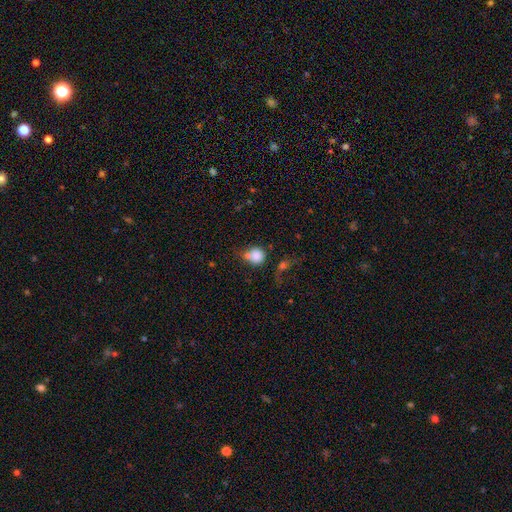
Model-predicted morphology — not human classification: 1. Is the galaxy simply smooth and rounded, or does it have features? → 82% smooth, 10% star or artifact, 9% featured or disk.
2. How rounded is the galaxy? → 80% round, 19% in between, 1% cigar-shaped.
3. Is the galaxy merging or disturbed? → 40% none, 23% merger, 21% minor disturbance, 16% major disturbance.